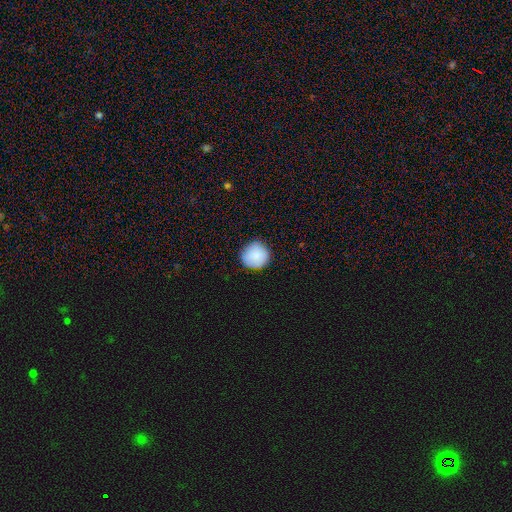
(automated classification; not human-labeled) smooth_or_featured: smooth (p=0.89) [alt: star or artifact p=0.07]
how_rounded: round (p=0.94) [alt: in between p=0.06]
merging: none (p=0.88) [alt: minor disturbance p=0.09]